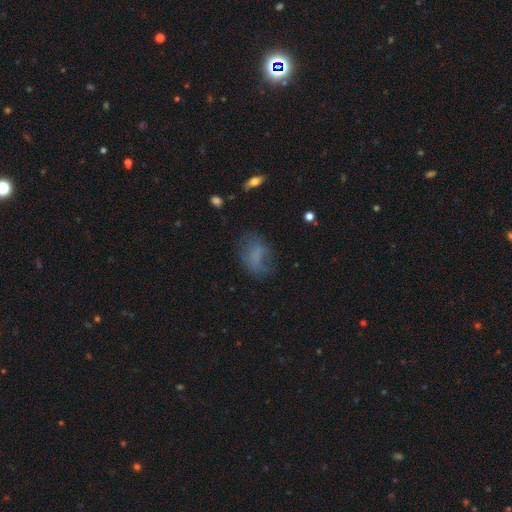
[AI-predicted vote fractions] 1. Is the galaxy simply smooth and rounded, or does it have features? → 62% smooth, 24% featured or disk, 13% star or artifact.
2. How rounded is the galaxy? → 80% in between, 17% round, 3% cigar-shaped.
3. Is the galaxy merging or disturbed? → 57% none, 24% minor disturbance, 16% major disturbance, 2% merger.